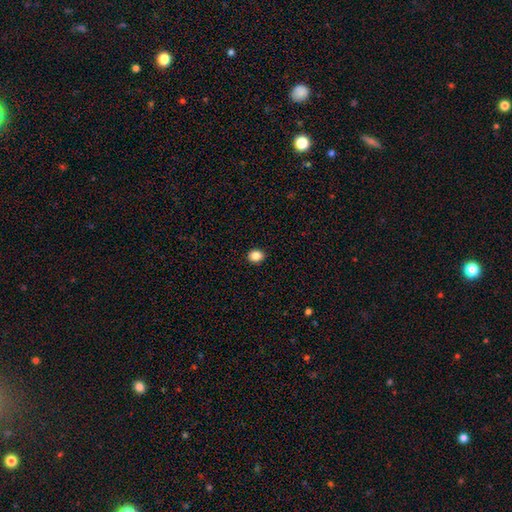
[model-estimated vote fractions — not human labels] Morphology: type=smooth (86%); roundness=round (65%); merging=none (92%).